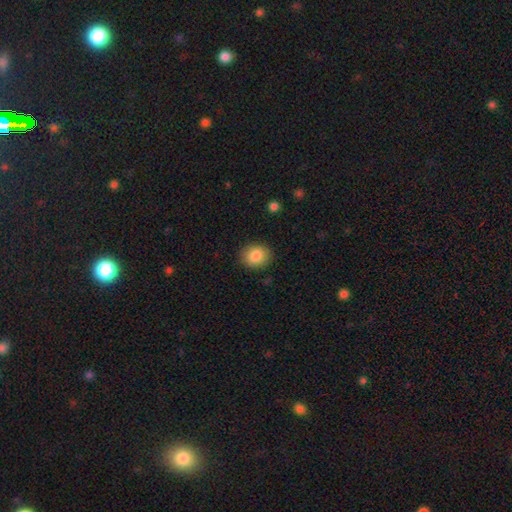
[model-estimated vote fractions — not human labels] A smooth galaxy with no disk features (86%) that is round (62%).

Vote fractions:
- Smooth or featured? smooth: 86% / star or artifact: 8% / featured or disk: 6%
- How rounded? round: 62% / in between: 37% / cigar-shaped: 1%
- Merging? none: 88% / minor disturbance: 8% / major disturbance: 2% / merger: 1%